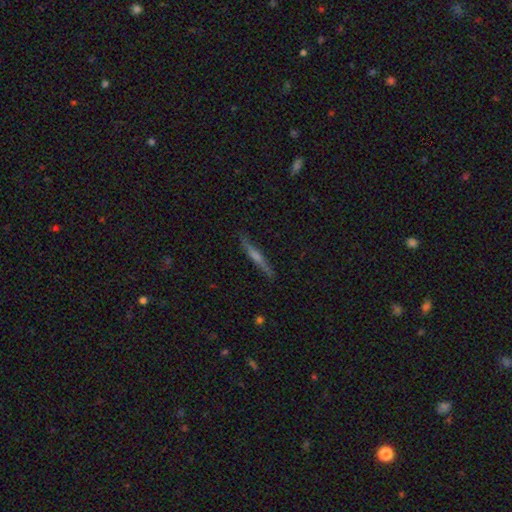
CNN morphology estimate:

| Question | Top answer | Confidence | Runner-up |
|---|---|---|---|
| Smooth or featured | featured or disk | 65% | smooth (28%) |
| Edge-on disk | yes | 97% | no (3%) |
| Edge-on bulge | rounded | 60% | none (26%) |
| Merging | none | 88% | minor disturbance (9%) |